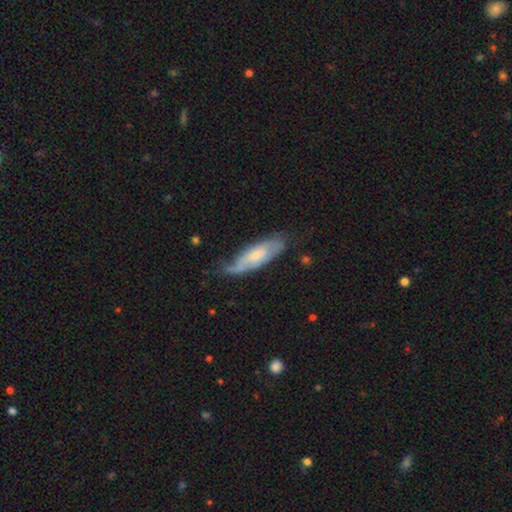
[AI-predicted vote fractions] Overall: featured or disk (51%; smooth 42%). Edge-on disk: no (72%). Merging: none (54%; minor disturbance 33%).